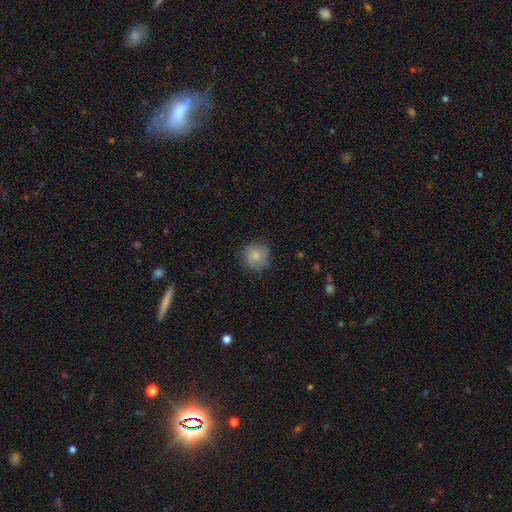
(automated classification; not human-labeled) Smooth or featured?
  - smooth: 84% *
  - star or artifact: 9%
  - featured or disk: 8%
How rounded?
  - round: 92% *
  - in between: 7%
  - cigar-shaped: 1%
Merging?
  - none: 83% *
  - minor disturbance: 13%
  - major disturbance: 3%
  - merger: 1%